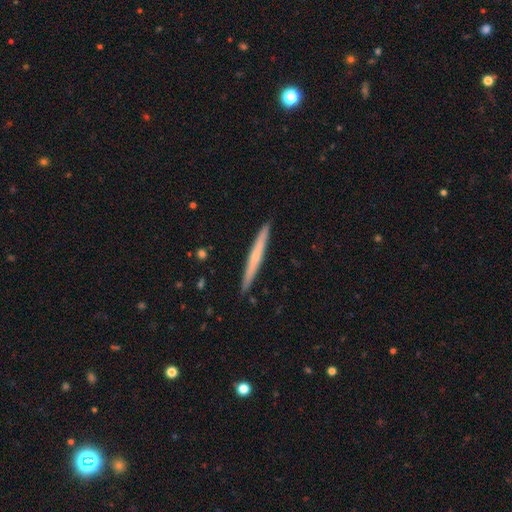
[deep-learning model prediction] This is possibly a smooth galaxy (47%, tied with featured or disk). Merging: clearly none (92%).